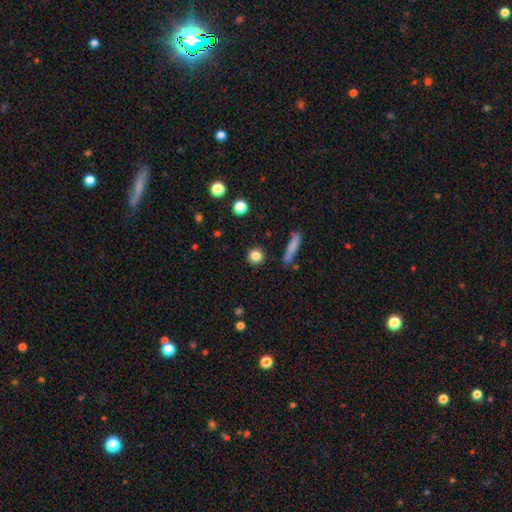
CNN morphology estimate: Overall: smooth (83%). How rounded: round (86%). Merging: none (88%).